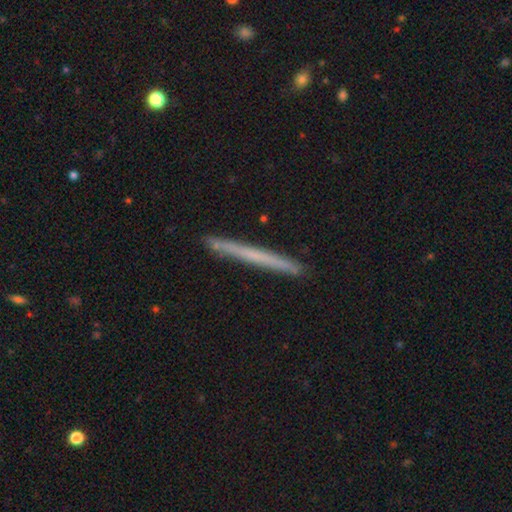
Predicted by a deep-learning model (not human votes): This appears to be a smooth galaxy with no disk features (49%). Merging: none (92%).